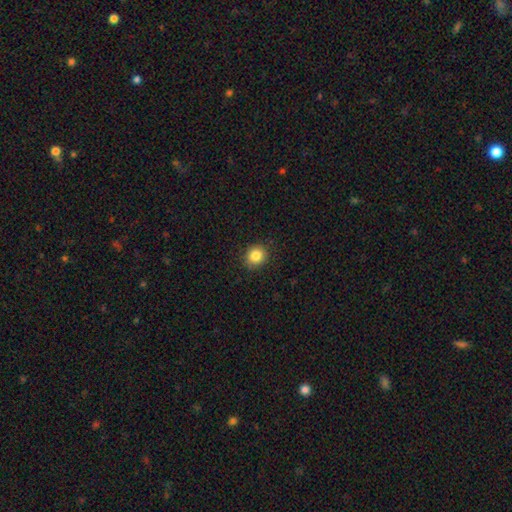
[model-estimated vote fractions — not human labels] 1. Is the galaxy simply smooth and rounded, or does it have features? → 85% smooth, 10% star or artifact, 5% featured or disk.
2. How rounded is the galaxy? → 81% round, 18% in between, 1% cigar-shaped.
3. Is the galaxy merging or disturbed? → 88% none, 9% minor disturbance, 2% major disturbance, 1% merger.